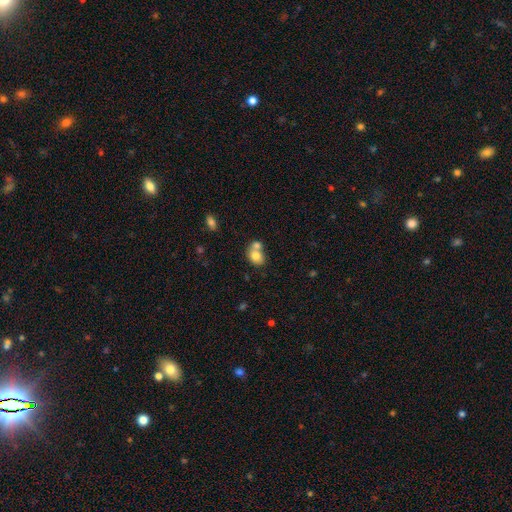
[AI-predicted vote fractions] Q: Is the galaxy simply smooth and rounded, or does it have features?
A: smooth — 76%.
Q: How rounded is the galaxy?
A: round — 51%.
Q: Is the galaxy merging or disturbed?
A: merger — 59%.